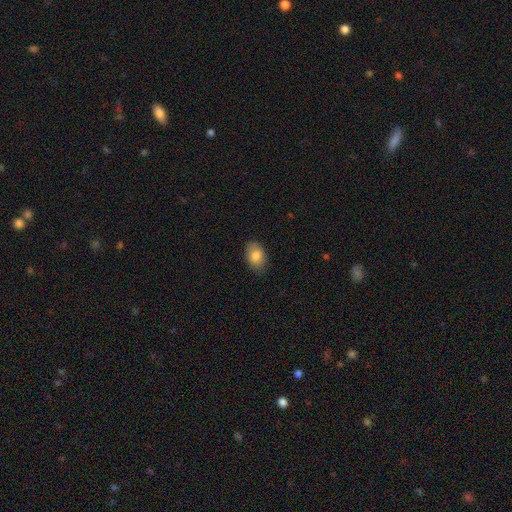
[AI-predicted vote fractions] A smooth galaxy with no disk features (81%) that is in between round and cigar-shaped (87%). Merging: none (82%).